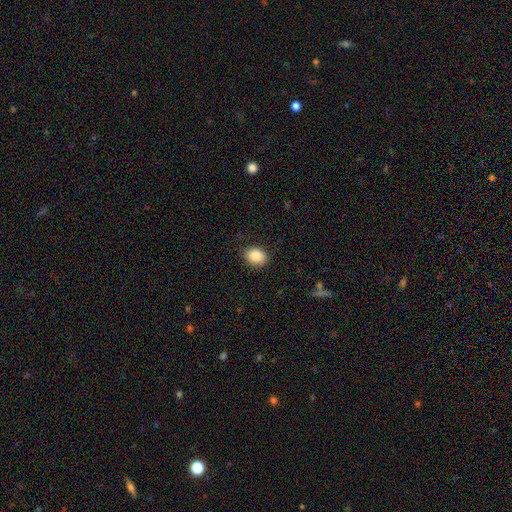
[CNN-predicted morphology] A smooth galaxy with no disk features (86%) that is in between round and cigar-shaped (56%). Merging: none (83%).